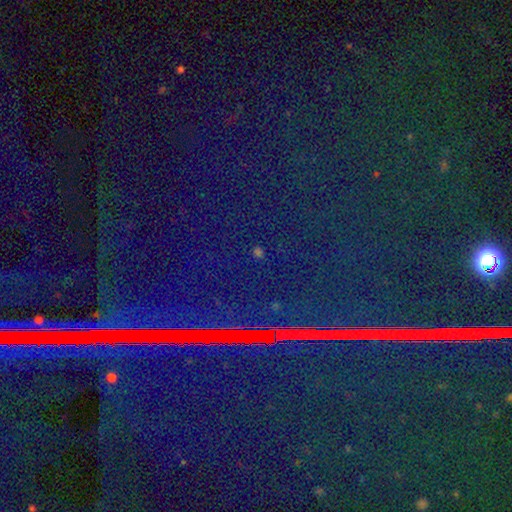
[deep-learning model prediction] Smooth or featured? star or artifact (85%)